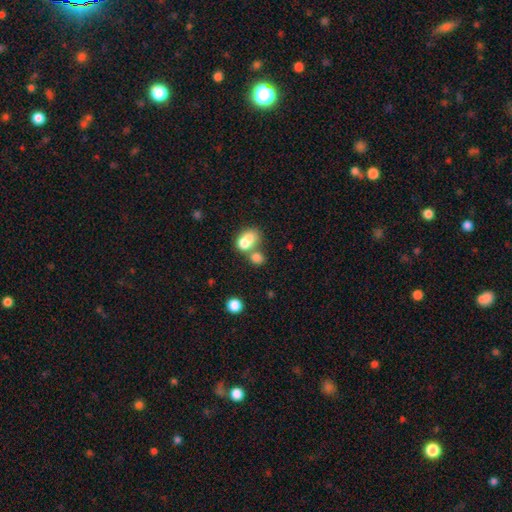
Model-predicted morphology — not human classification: smooth_or_featured: smooth (p=0.73) [alt: featured or disk p=0.14]
how_rounded: in between (p=0.72) [alt: round p=0.26]
merging: merger (p=0.53) [alt: none p=0.31]